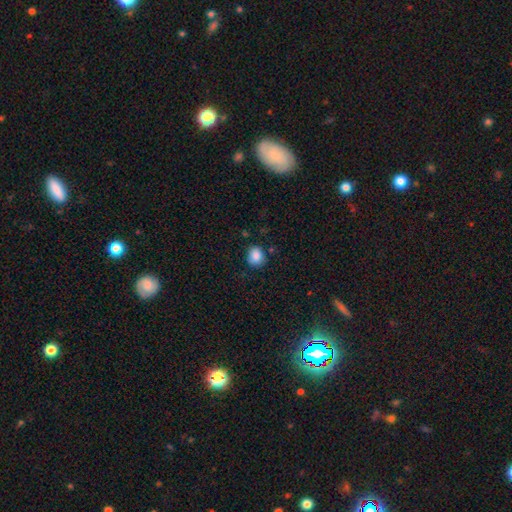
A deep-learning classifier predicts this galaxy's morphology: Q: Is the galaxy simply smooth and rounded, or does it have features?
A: smooth — 87%.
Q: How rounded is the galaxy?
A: round — 69%.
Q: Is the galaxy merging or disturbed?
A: none — 77%.